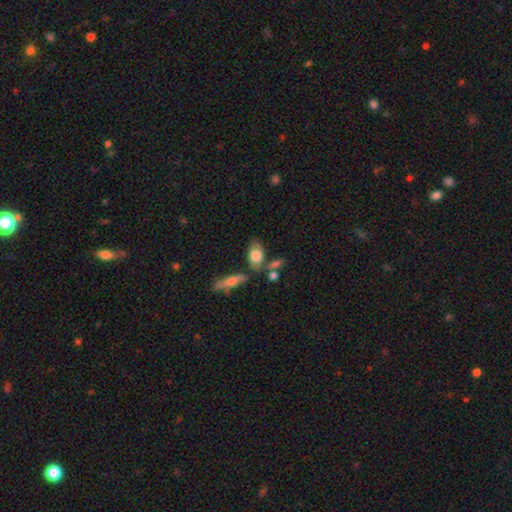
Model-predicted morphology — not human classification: A smooth galaxy with no disk features (74%) that is in between round and cigar-shaped (84%). Merging: none (57%).